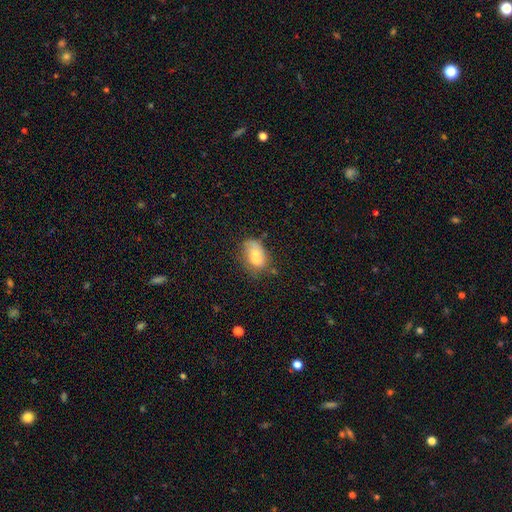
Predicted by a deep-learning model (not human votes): Overall: smooth (63%; featured or disk 27%). How rounded: in between (75%). Merging: merger (48%; none 28%).